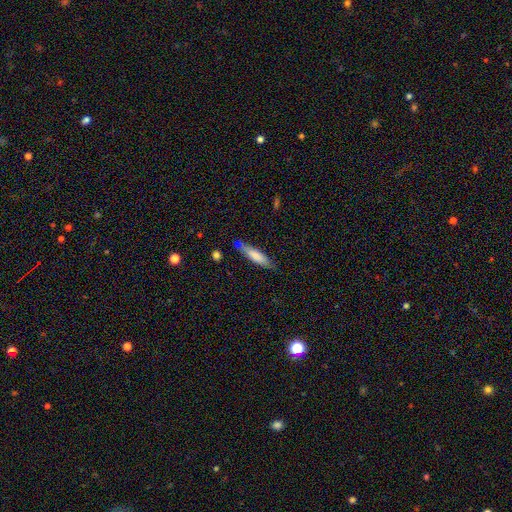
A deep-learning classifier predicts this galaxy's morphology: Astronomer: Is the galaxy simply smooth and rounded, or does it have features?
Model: smooth — 71%.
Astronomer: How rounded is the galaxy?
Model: cigar-shaped — 77%.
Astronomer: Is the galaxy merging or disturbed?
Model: none — 74%.